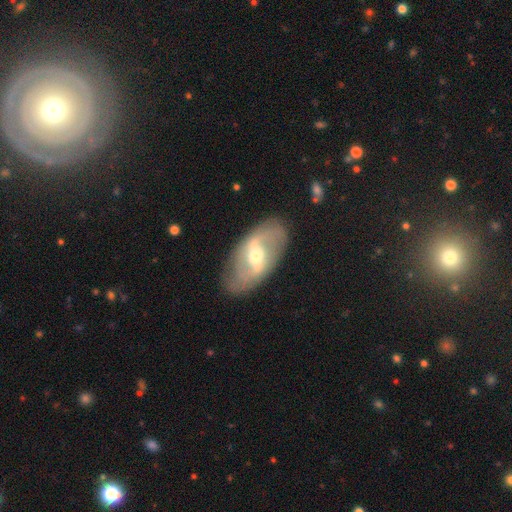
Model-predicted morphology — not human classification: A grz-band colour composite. It shows a featured or disk galaxy (74%) with a strong bar (43%), spiral arms (65%) and a moderate central bulge (64%). Merging: none (80%).